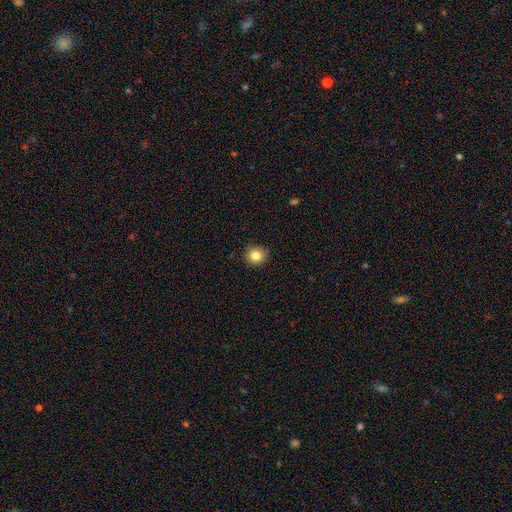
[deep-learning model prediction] Morphology: type=smooth (83%); roundness=round (86%); merging=none (88%).